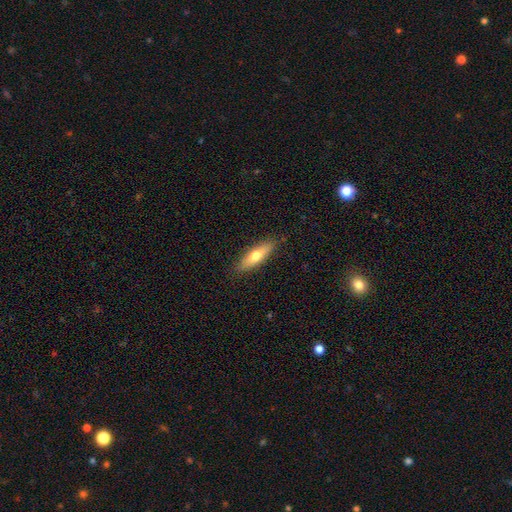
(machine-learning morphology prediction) Overall: smooth (62%; featured or disk 32%). How rounded: cigar-shaped (57%; in between 41%). Merging: none (87%).